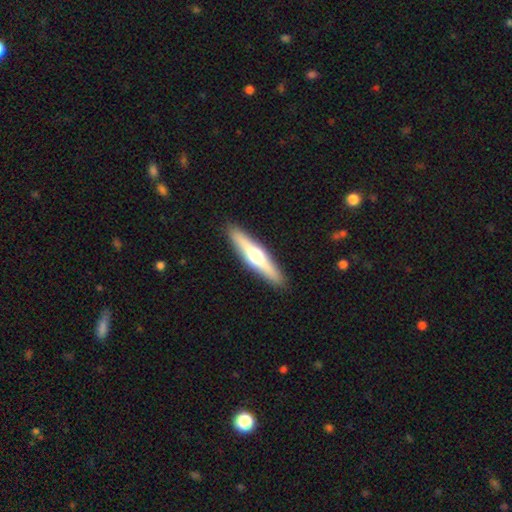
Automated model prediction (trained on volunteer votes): smooth_or_featured: featured or disk (p=0.53) [alt: smooth p=0.41]
disk_edge_on: yes (p=0.94) [alt: no p=0.06]
edge_on_bulge: rounded (p=0.92) [alt: none p=0.05]
merging: none (p=0.91) [alt: minor disturbance p=0.06]